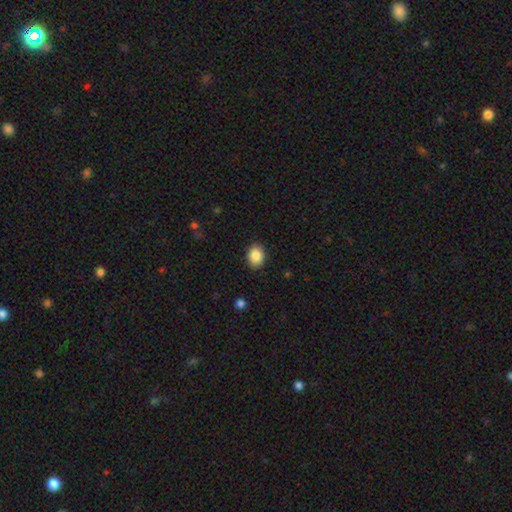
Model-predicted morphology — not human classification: This appears to be a smooth galaxy with no disk features (87%) that is in between round and cigar-shaped (60%). Merging: none (88%).